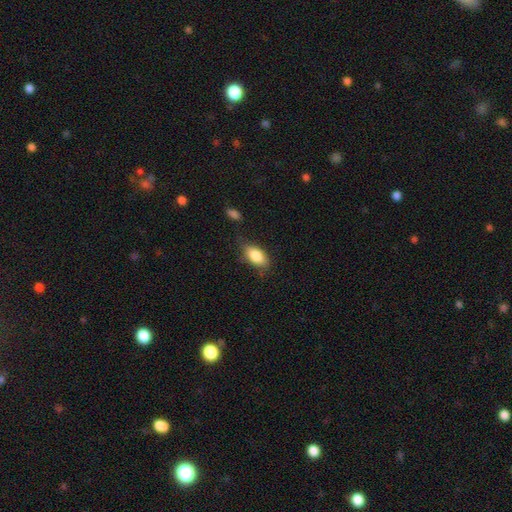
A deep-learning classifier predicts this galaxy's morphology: The model was most divided on "merging": none: 71%, minor disturbance: 21%, major disturbance: 5%, merger: 3%. More confident: how rounded — in between (90%); smooth or featured — smooth (84%).